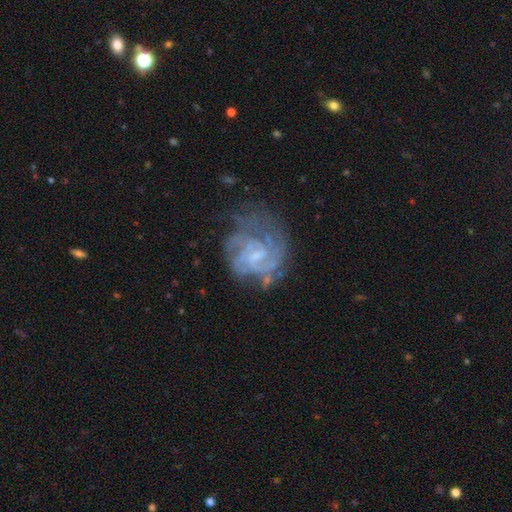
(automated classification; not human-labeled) Overall: featured or disk (83%). Edge-on disk: no (98%). Bar: weak (52%; no 37%). Spiral arms: yes (93%). Spiral arm count: can't tell (32%; 3 23%). Spiral winding: tight (53%; medium 38%). Bulge size: small (50%; none 25%). Merging: none (54%; minor disturbance 22%).